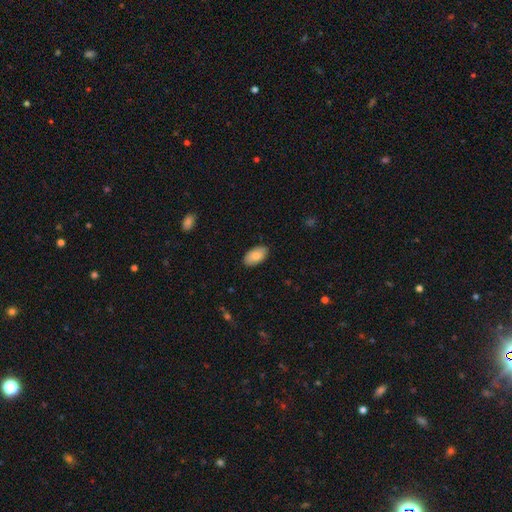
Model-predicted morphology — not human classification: A smooth galaxy with no disk features (83%) that is in between round and cigar-shaped (95%). Merging: none (87%).